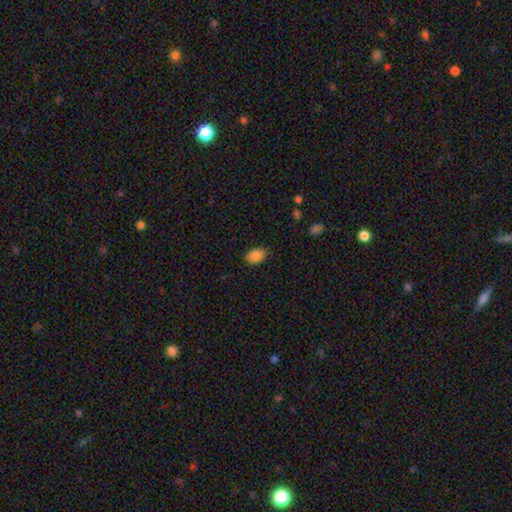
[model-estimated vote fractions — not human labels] This appears to be a smooth galaxy with no disk features (86%) that is in between round and cigar-shaped (85%). Merging: none (84%).